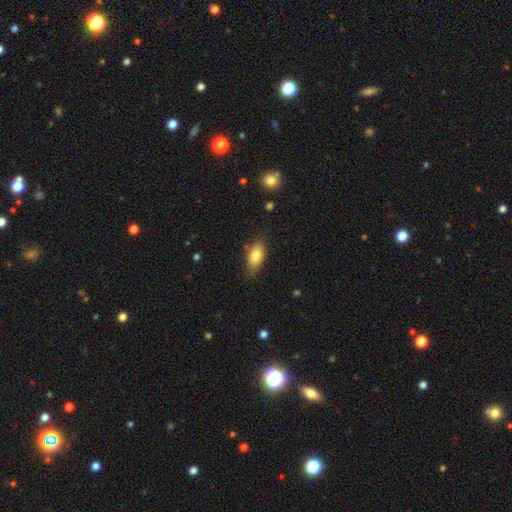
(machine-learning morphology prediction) Overall: smooth (80%). How rounded: in between (88%). Merging: none (76%).